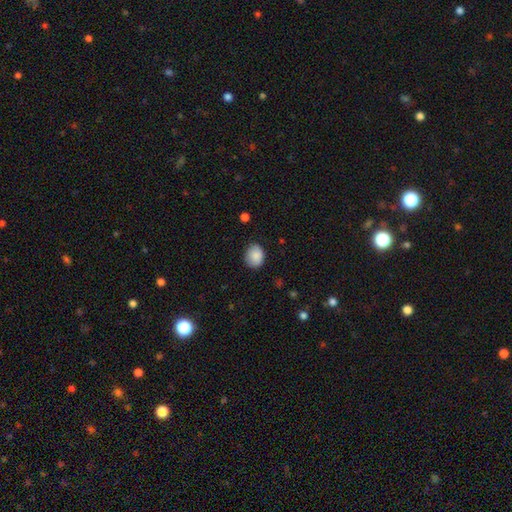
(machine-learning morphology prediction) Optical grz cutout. It shows a smooth galaxy with no disk features (88%) that is in between round and cigar-shaped (51%). Merging: none (80%).